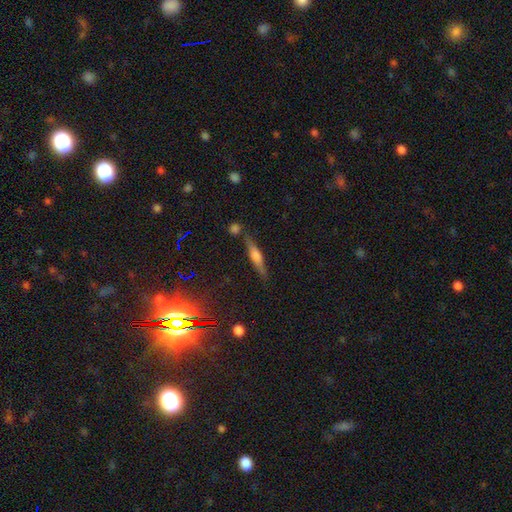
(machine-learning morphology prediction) Smooth or featured? Predicted: featured or disk (p=0.51). Edge-on disk? Predicted: yes (p=0.94). Merging? Predicted: none (p=0.78).